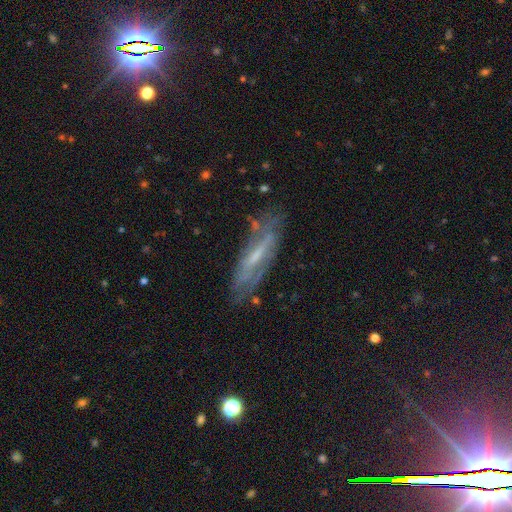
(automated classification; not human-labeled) Smooth or featured? Predicted: featured or disk (p=0.67). Edge-on disk? Predicted: no (p=0.54). Merging? Predicted: none (p=0.70).